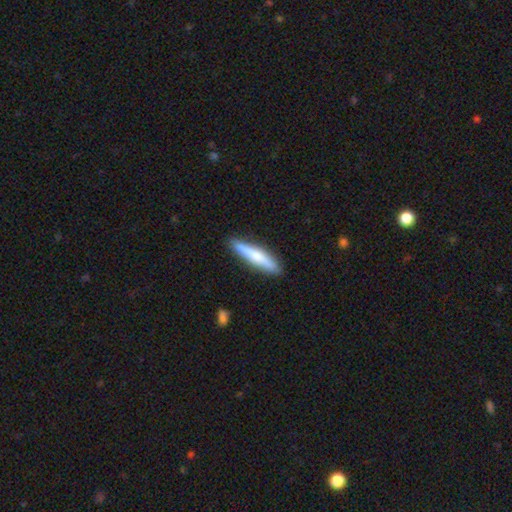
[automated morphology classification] Overall: smooth (65%; featured or disk 30%). How rounded: cigar-shaped (90%). Merging: none (89%).